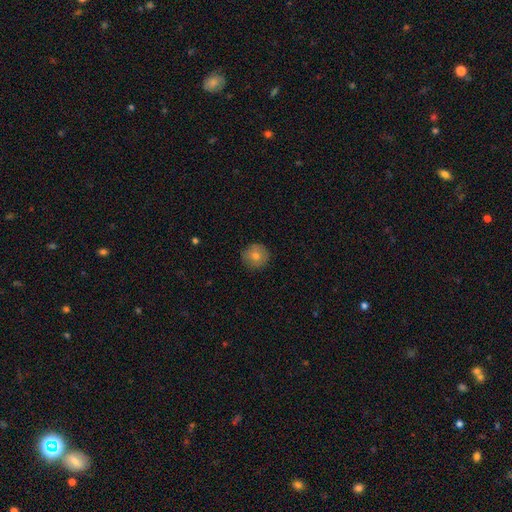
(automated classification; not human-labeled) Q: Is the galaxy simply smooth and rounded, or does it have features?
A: smooth — 72%.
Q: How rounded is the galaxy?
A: round — 95%.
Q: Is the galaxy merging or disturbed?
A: none — 89%.